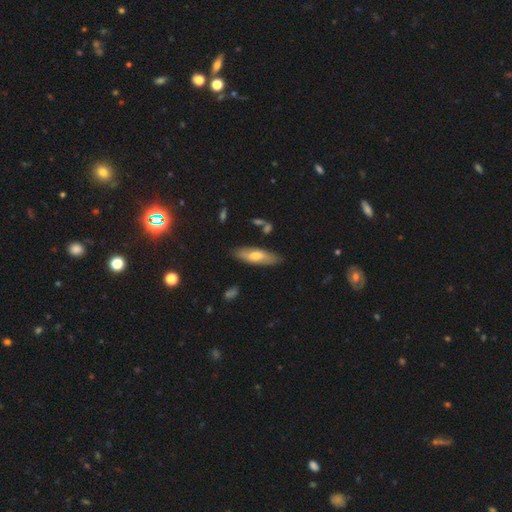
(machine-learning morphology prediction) Smooth or featured?
  - smooth: 58% *
  - featured or disk: 36%
  - star or artifact: 6%
How rounded?
  - in between: 54% *
  - cigar-shaped: 44%
  - round: 2%
Merging?
  - none: 81% *
  - minor disturbance: 13%
  - major disturbance: 3%
  - merger: 3%